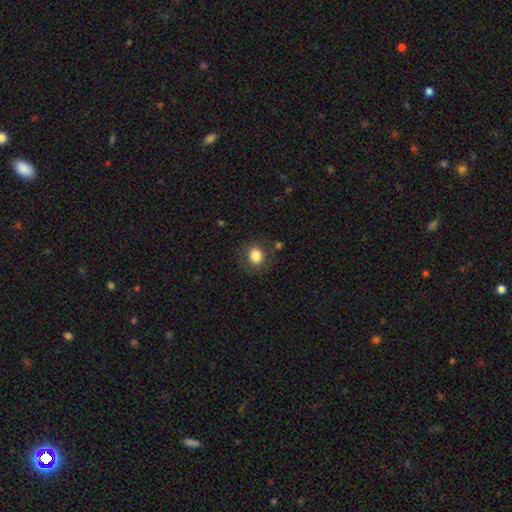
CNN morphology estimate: smooth_or_featured: smooth (p=0.82) [alt: star or artifact p=0.10]
how_rounded: round (p=0.79) [alt: in between p=0.20]
merging: none (p=0.82) [alt: minor disturbance p=0.11]